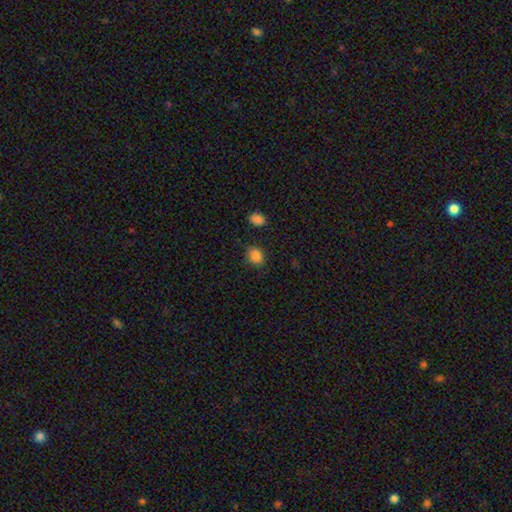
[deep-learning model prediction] A smooth galaxy with no disk features (85%) that is round (56%). Merging: none (78%).